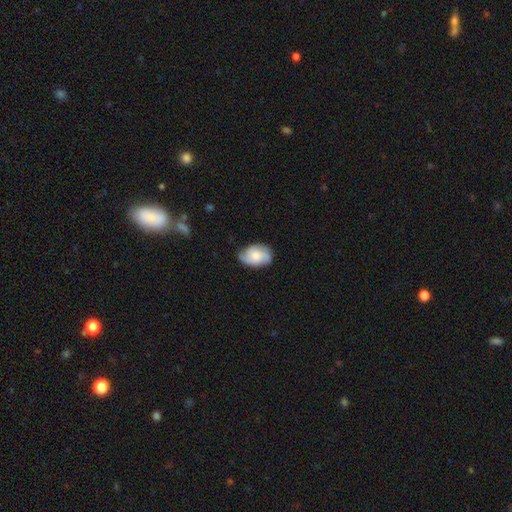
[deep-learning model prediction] Smooth or featured?
  - featured or disk: 55% *
  - smooth: 37%
  - star or artifact: 7%
Edge-on disk?
  - no: 97% *
  - yes: 3%
Bar?
  - no: 72% *
  - weak: 25%
  - strong: 4%
Spiral arms?
  - yes: 91% *
  - no: 9%
Bulge size?
  - moderate: 46% *
  - small: 29%
  - large: 14%
  - none: 10%
  - dominant: 2%
Merging?
  - none: 71% *
  - minor disturbance: 22%
  - major disturbance: 5%
  - merger: 1%